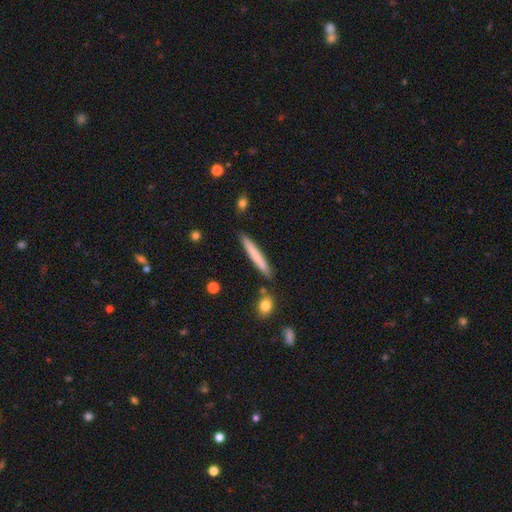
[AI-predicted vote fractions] Q: Smooth or featured?
A: smooth (69%); runner-up: featured or disk (25%)
Q: How rounded?
A: cigar-shaped (96%); runner-up: in between (3%)
Q: Merging?
A: none (87%); runner-up: minor disturbance (9%)